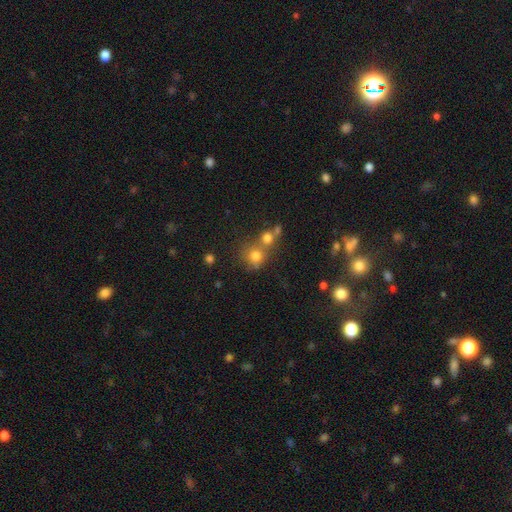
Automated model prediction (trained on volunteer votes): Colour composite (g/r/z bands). It shows a smooth galaxy with no disk features (72%) that is round (86%). Merging: none (48%).